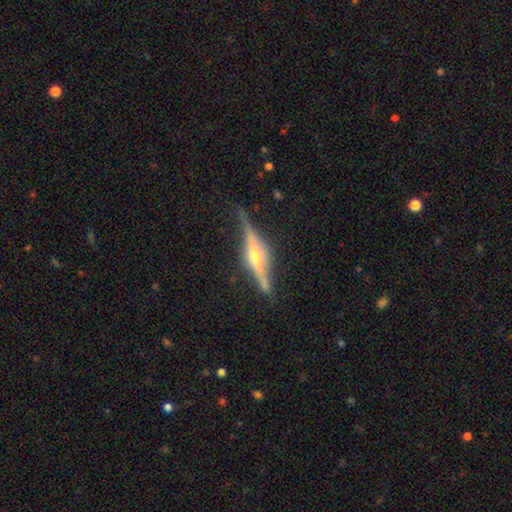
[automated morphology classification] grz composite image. It shows a featured or disk galaxy (85%) viewed edge-on (96%) with a rounded central bulge (82%). Merging: none (78%).